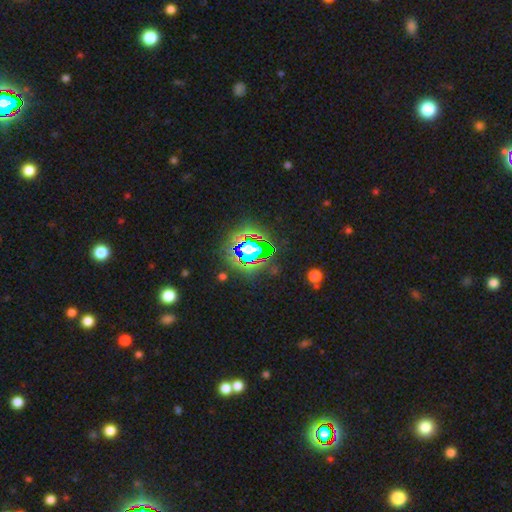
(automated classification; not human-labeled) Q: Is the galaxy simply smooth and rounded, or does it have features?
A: star or artifact — 69%.